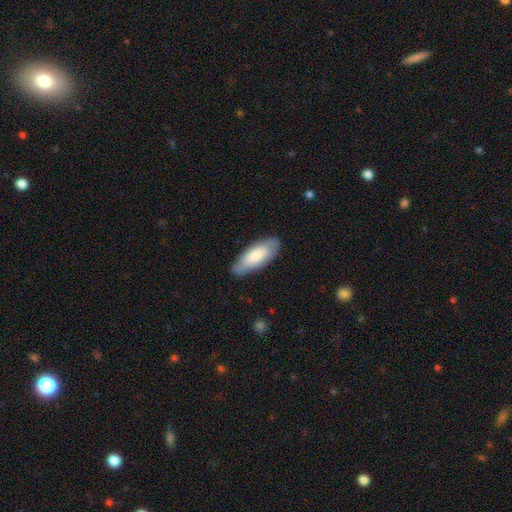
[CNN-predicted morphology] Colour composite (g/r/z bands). It shows a smooth galaxy with no disk features (79%) that is in between round and cigar-shaped (74%). Merging: none (82%).